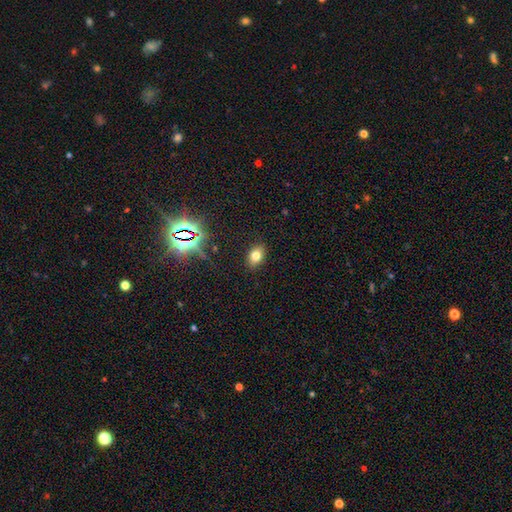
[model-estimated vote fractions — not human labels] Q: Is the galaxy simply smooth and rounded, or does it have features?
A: smooth — 74%.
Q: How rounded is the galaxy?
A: in between — 80%.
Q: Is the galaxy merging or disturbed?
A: none — 87%.